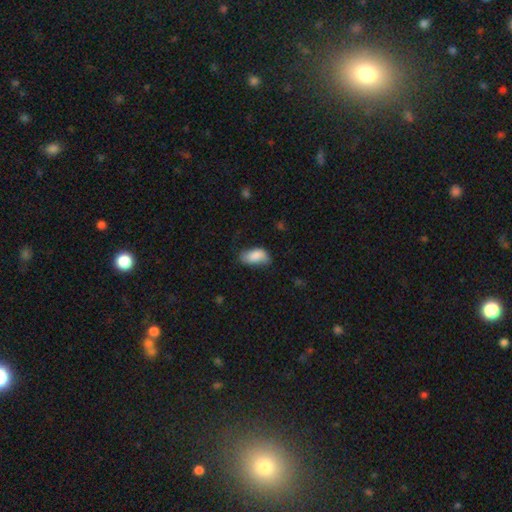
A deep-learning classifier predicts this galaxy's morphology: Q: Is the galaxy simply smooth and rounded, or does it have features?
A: smooth — 74%.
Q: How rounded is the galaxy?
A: in between — 93%.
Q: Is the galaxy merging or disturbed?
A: none — 55%.